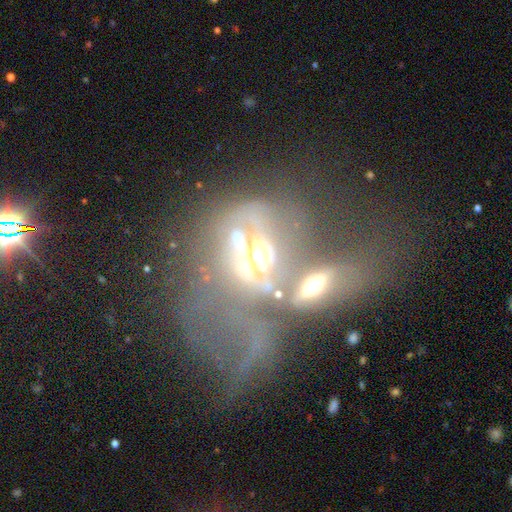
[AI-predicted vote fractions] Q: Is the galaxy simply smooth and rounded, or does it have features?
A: featured or disk — 65%.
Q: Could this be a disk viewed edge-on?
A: no — 69%.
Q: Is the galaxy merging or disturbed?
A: merger — 56%.